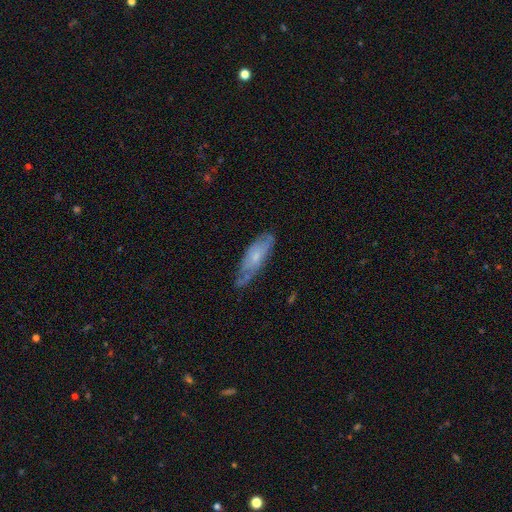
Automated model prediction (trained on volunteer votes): Smooth or featured? featured or disk (48%)
Merging? none (56%)